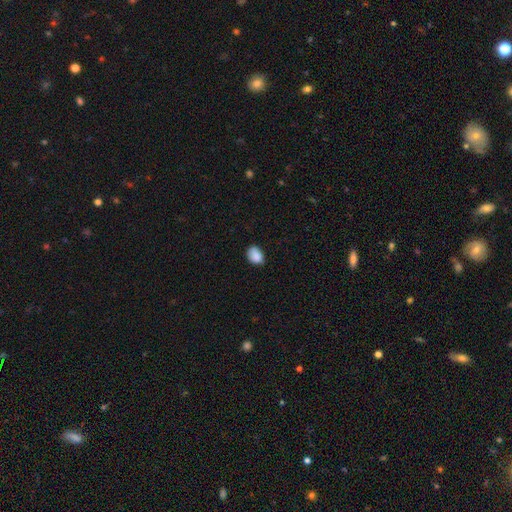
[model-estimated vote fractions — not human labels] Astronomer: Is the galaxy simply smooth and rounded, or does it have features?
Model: smooth — 87%.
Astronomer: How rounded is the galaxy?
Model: in between — 71%.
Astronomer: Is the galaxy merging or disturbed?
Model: none — 67%.